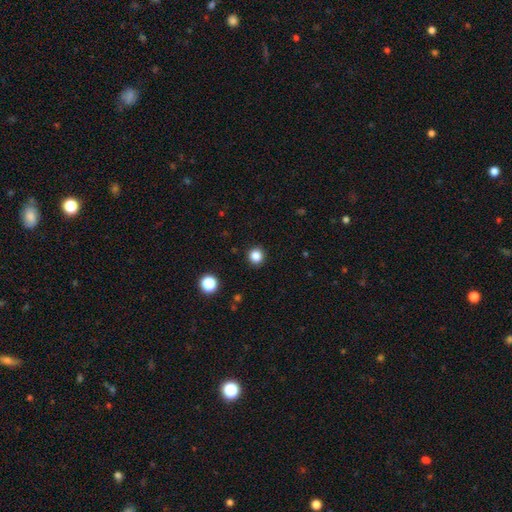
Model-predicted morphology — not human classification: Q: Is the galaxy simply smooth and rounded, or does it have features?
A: smooth — 85%.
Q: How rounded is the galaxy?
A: round — 93%.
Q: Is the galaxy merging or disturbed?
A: none — 92%.